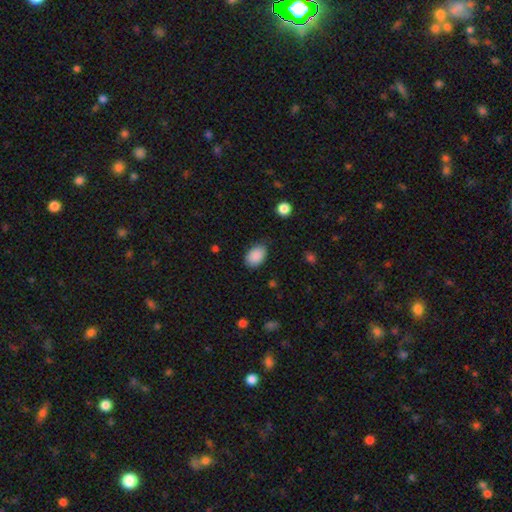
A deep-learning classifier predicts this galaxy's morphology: Overall: smooth (90%). How rounded: in between (85%). Merging: none (80%).